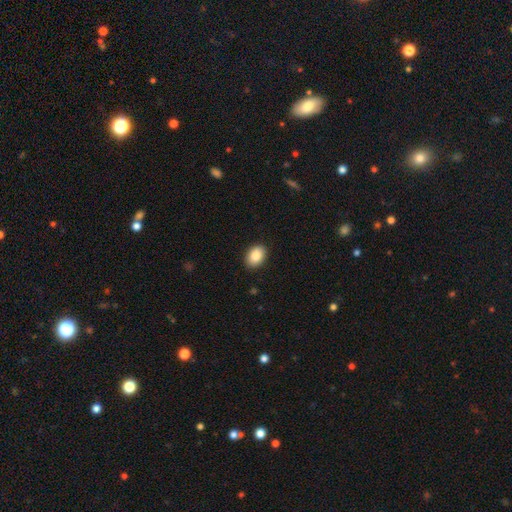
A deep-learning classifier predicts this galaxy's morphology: The model was most divided on "how rounded": in between: 77%, round: 22%, cigar-shaped: 1%. More confident: merging — none (90%); smooth or featured — smooth (87%).